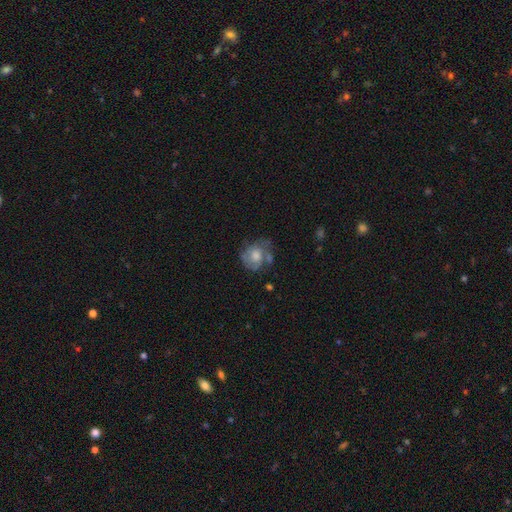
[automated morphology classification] smooth-or-featured: featured or disk: 53% | smooth: 39% | star or artifact: 8%
  disk-edge-on: no: 97% | yes: 3%
    bar: no: 79% | weak: 19% | strong: 3%
    has-spiral-arms: yes: 69% | no: 31%
    bulge-size: moderate: 52% | large: 24% | small: 16% | none: 7% | dominant: 2%
  merging: none: 47% | minor disturbance: 26% | major disturbance: 19% | merger: 7%